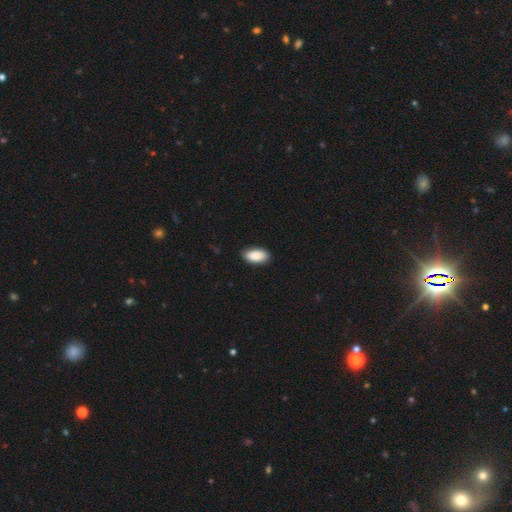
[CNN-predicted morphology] The model was most divided on "merging": none: 86%, minor disturbance: 11%, major disturbance: 2%, merger: 1%. More confident: how rounded — in between (94%); smooth or featured — smooth (88%).